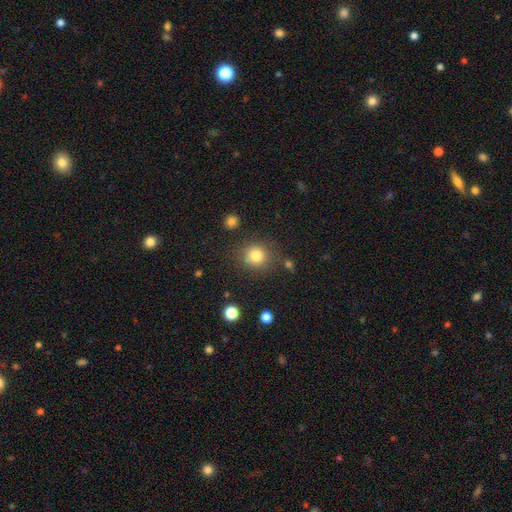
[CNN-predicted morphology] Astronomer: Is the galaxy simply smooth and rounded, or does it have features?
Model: smooth — 83%.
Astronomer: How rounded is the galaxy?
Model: round — 86%.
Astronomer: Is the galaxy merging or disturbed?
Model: none — 81%.